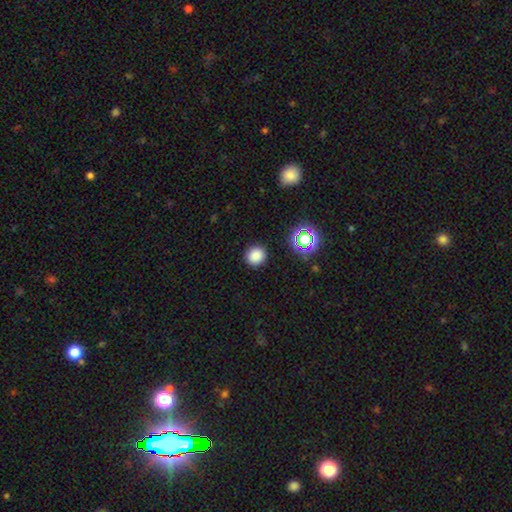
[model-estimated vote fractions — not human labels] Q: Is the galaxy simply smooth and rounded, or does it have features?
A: smooth — 81%.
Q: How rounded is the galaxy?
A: round — 88%.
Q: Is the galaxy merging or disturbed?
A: none — 90%.